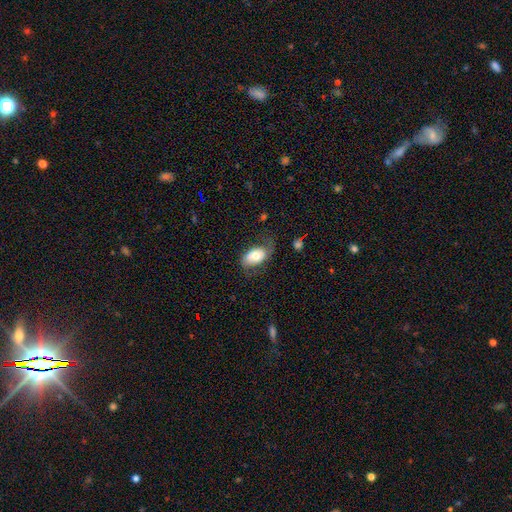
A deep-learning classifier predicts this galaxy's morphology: smooth 60%, featured or disk 33%, star or artifact 7%. Down the decision tree: how rounded — in between (92%); merging — none (55%).